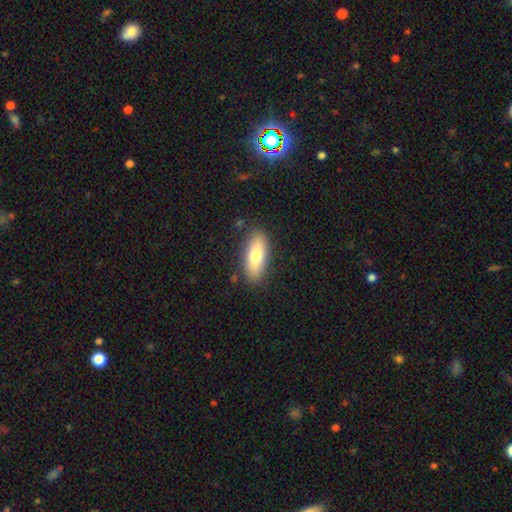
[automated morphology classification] A smooth galaxy with no disk features (73%) that is in between round and cigar-shaped (71%).

Vote fractions:
- Smooth or featured? smooth: 73% / featured or disk: 21% / star or artifact: 6%
- How rounded? in between: 71% / cigar-shaped: 26% / round: 3%
- Merging? none: 85% / minor disturbance: 11% / major disturbance: 3% / merger: 2%